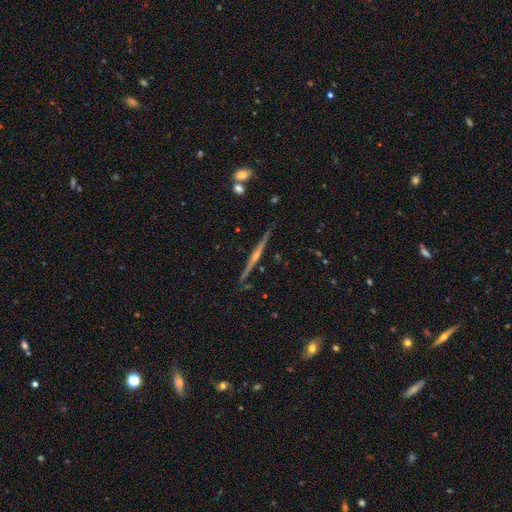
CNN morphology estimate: A featured or disk galaxy (82%) viewed edge-on (98%) with a rounded central bulge (77%). Merging: none (90%).